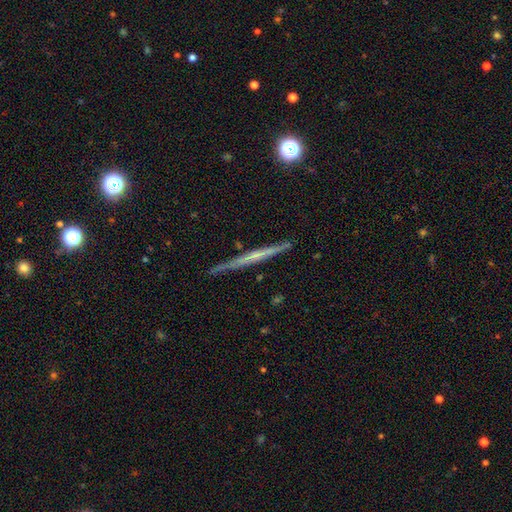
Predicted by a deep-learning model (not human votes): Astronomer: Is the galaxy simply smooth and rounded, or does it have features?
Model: featured or disk — 65%.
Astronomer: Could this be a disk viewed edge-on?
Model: yes — 97%.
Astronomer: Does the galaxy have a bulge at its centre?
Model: none — 72%.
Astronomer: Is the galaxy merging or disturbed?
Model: none — 88%.